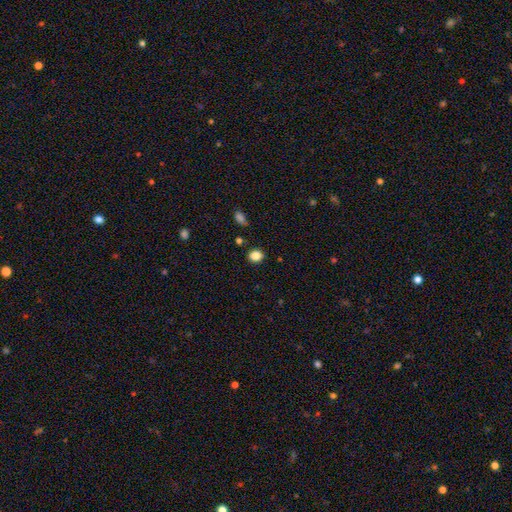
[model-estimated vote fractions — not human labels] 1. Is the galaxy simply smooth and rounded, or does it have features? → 84% smooth, 11% star or artifact, 4% featured or disk.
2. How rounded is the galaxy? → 65% round, 34% in between, 1% cigar-shaped.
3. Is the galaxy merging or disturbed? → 86% none, 9% minor disturbance, 2% major disturbance, 2% merger.